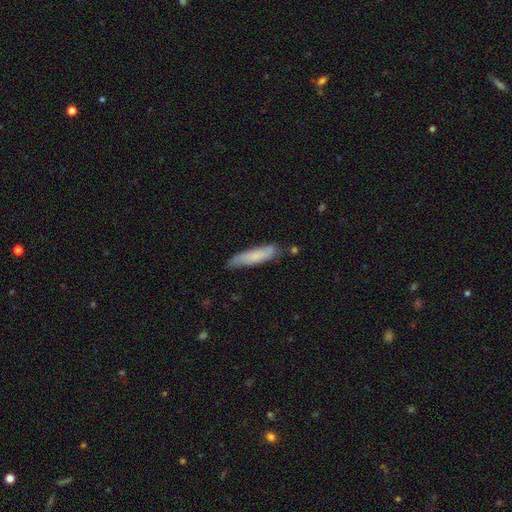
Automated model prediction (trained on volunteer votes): The model was most divided on "merging": none: 71%, minor disturbance: 22%, major disturbance: 4%, merger: 3%. More confident: how rounded — cigar-shaped (79%); smooth or featured — smooth (72%).